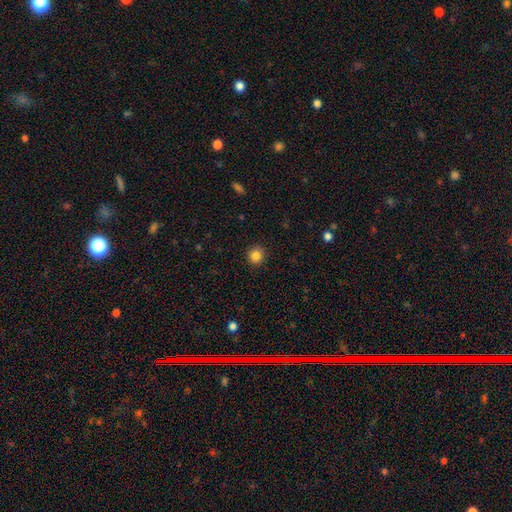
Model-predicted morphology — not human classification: Smooth or featured? Predicted: smooth (p=0.84). How rounded? Predicted: round (p=0.90). Merging? Predicted: none (p=0.91).